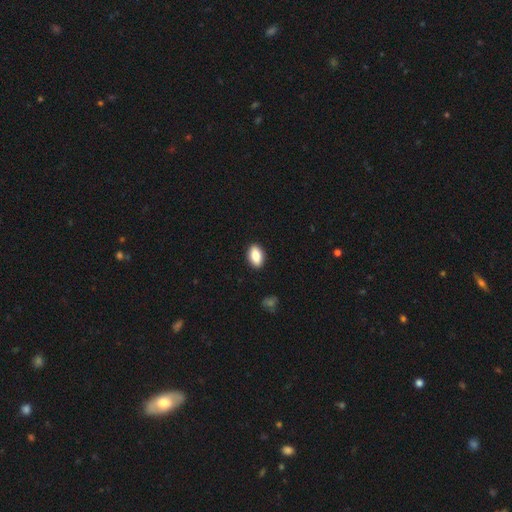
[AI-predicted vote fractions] Smooth or featured?
  - smooth: 84% *
  - featured or disk: 9%
  - star or artifact: 7%
How rounded?
  - in between: 90% *
  - round: 7%
  - cigar-shaped: 3%
Merging?
  - none: 90% *
  - minor disturbance: 7%
  - major disturbance: 2%
  - merger: 1%